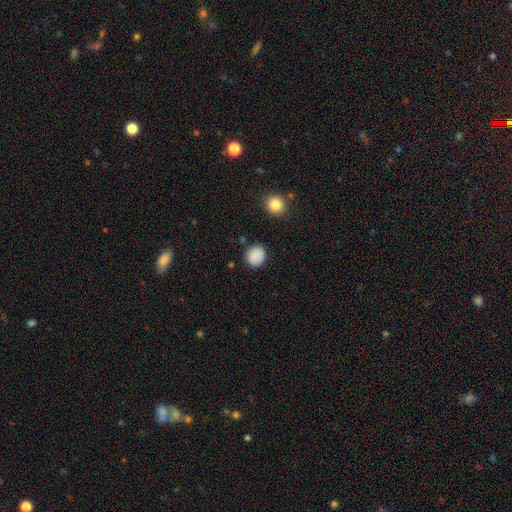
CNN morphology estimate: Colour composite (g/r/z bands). It shows a smooth galaxy with no disk features (86%) that is round (84%). Merging: none (85%).